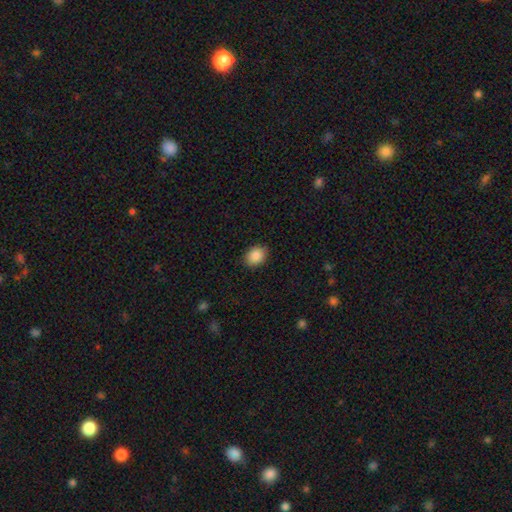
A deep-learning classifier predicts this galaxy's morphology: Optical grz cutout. It shows a smooth galaxy with no disk features (88%) that is in between round and cigar-shaped (64%). Merging: none (88%).